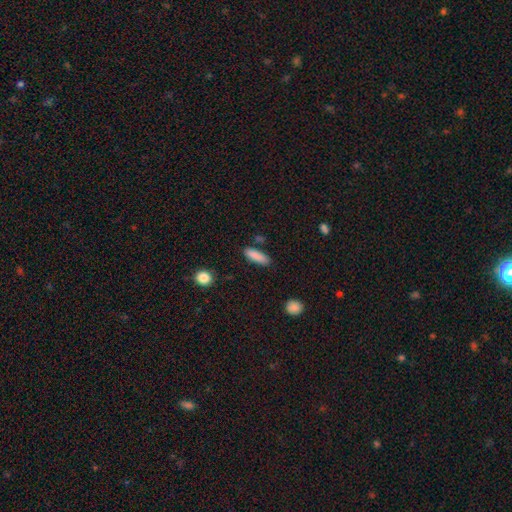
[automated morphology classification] Overall: smooth (87%). How rounded: cigar-shaped (54%; in between 44%). Merging: none (84%).